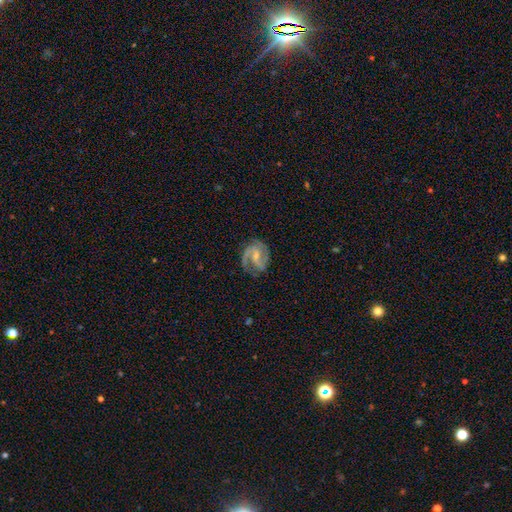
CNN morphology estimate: This appears to be a featured or disk galaxy (88%) with a weak bar (51%), 2 (72%) medium (54%) spiral arms (97%) and a small central bulge (57%). Merging: none (70%).